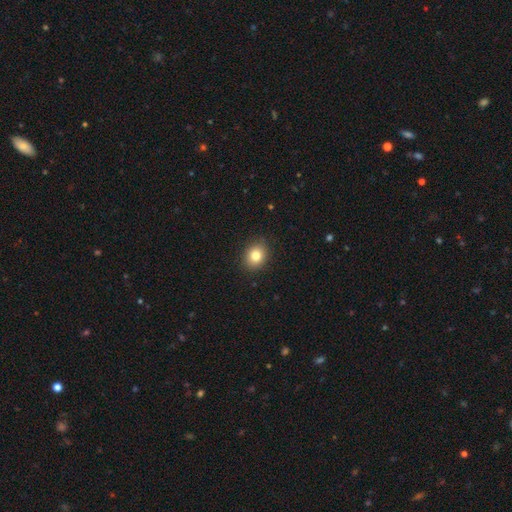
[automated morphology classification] Smooth or featured?
  - smooth: 82% *
  - star or artifact: 10%
  - featured or disk: 8%
How rounded?
  - round: 52% *
  - in between: 47%
  - cigar-shaped: 1%
Merging?
  - none: 88% *
  - minor disturbance: 9%
  - major disturbance: 2%
  - merger: 1%